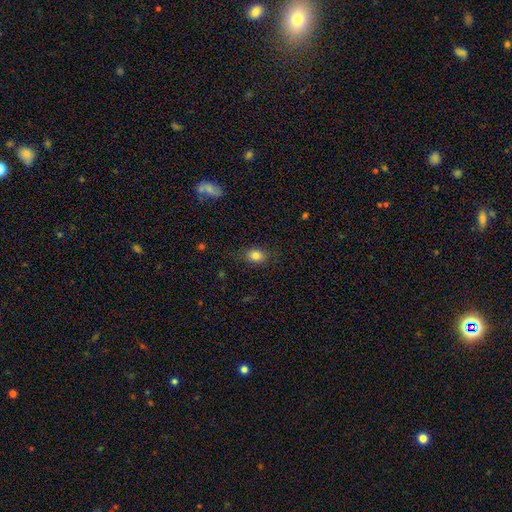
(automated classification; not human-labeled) smooth-or-featured: smooth: 82% | star or artifact: 11% | featured or disk: 7%
  how-rounded: in between: 60% | round: 39% | cigar-shaped: 1%
  merging: none: 83% | minor disturbance: 13% | major disturbance: 4% | merger: 1%